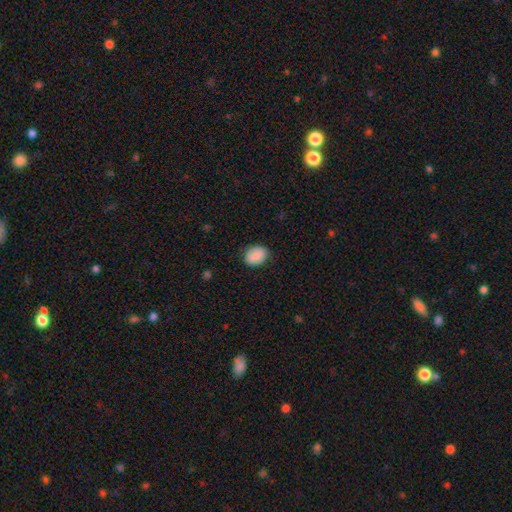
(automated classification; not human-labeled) Smooth or featured?
  - smooth: 89% *
  - star or artifact: 7%
  - featured or disk: 4%
How rounded?
  - in between: 61% *
  - round: 38%
  - cigar-shaped: 1%
Merging?
  - none: 82% *
  - minor disturbance: 14%
  - major disturbance: 3%
  - merger: 1%